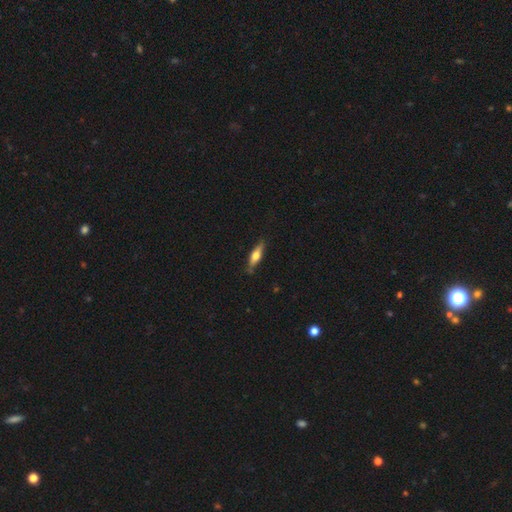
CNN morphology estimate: A featured or disk galaxy (49%).

Vote fractions:
- Smooth or featured? featured or disk: 49% / smooth: 45% / star or artifact: 6%
- Merging? none: 84% / minor disturbance: 13% / major disturbance: 2% / merger: 1%